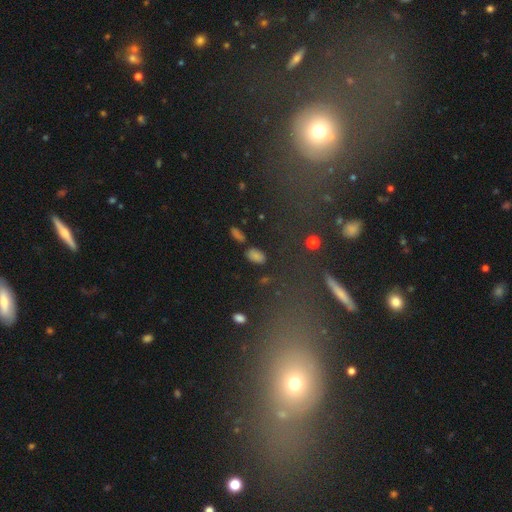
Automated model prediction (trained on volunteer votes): smooth-or-featured: smooth: 68% | star or artifact: 19% | featured or disk: 12%
  how-rounded: in between: 81% | cigar-shaped: 10% | round: 9%
  merging: none: 75% | minor disturbance: 13% | major disturbance: 6% | merger: 6%